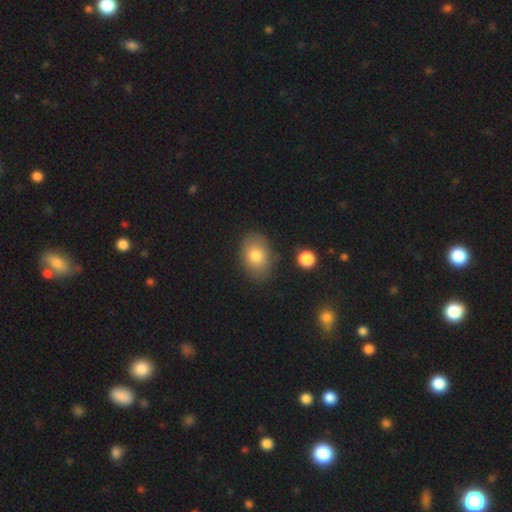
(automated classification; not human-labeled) The model was most divided on "how rounded": in between: 76%, round: 23%, cigar-shaped: 1%. More confident: smooth or featured — smooth (79%); merging — none (79%).